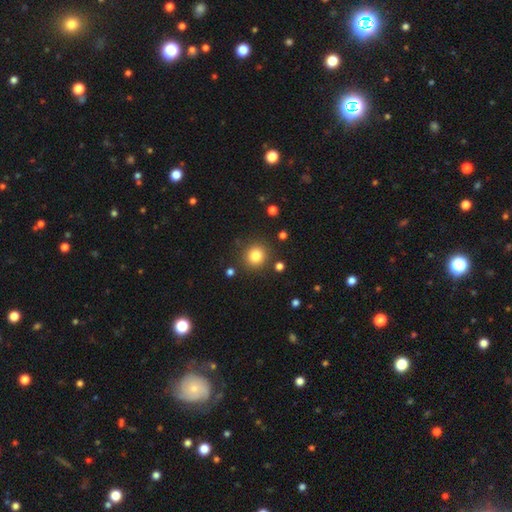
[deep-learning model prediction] This appears to be a smooth galaxy with no disk features (82%) that is round (92%). Merging: none (87%).